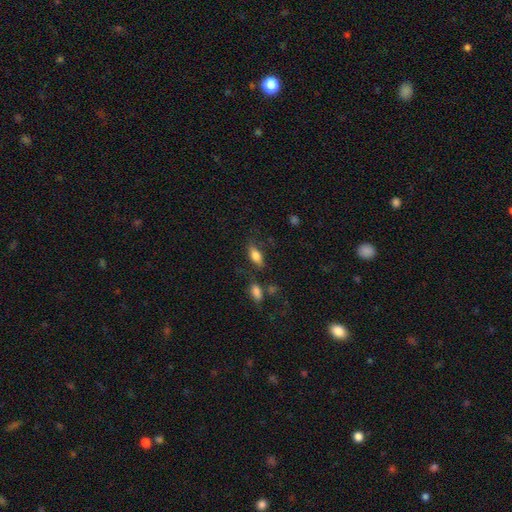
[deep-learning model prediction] Smooth or featured? smooth (74%)
How rounded? in between (78%)
Merging? none (73%)